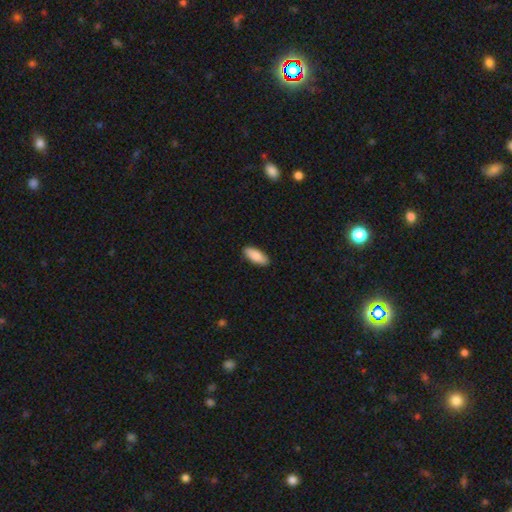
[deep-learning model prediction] This appears to be a smooth galaxy with no disk features (88%) that is in between round and cigar-shaped (81%). Merging: none (90%).